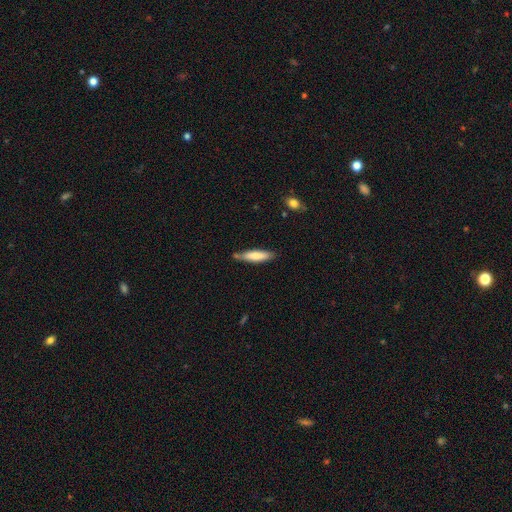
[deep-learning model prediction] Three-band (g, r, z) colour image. It shows a smooth galaxy with no disk features (75%) that is cigar-shaped (75%). Merging: none (75%).